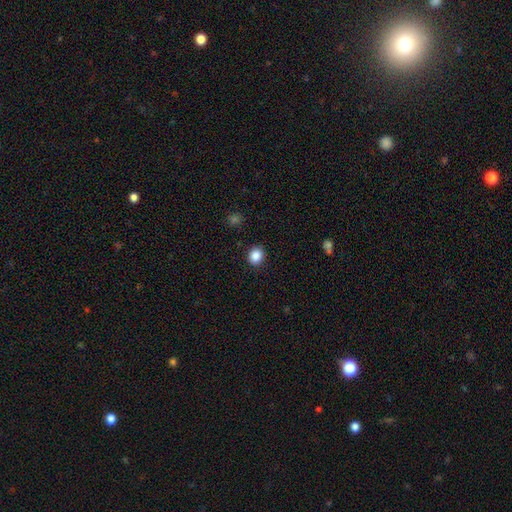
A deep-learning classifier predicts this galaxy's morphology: The model was most divided on "how rounded": round: 72%, in between: 27%, cigar-shaped: 1%. More confident: merging — none (90%); smooth or featured — smooth (87%).